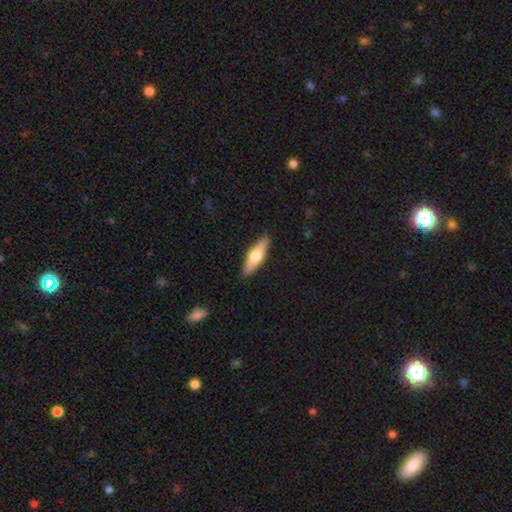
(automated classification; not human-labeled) Smooth or featured: smooth — 51% (featured or disk — 43%)
How rounded: cigar-shaped — 59% (in between — 38%)
Merging: none — 90% (minor disturbance — 8%)